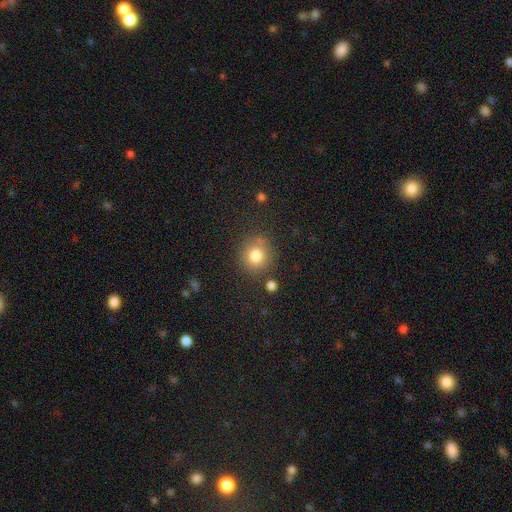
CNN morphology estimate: type=smooth (80%); roundness=round (88%); merging=none (80%).